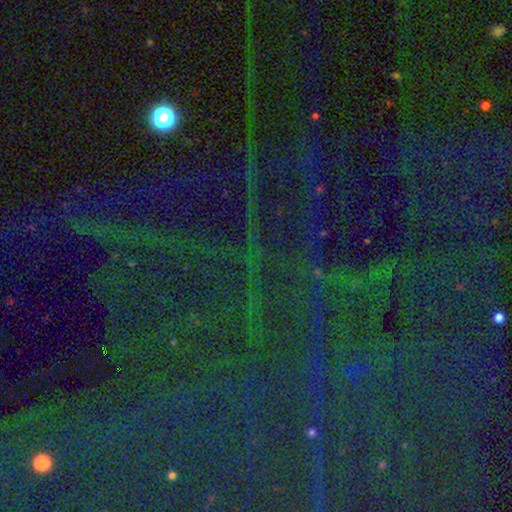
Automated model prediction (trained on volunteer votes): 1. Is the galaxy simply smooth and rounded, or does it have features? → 83% star or artifact, 9% smooth, 8% featured or disk.